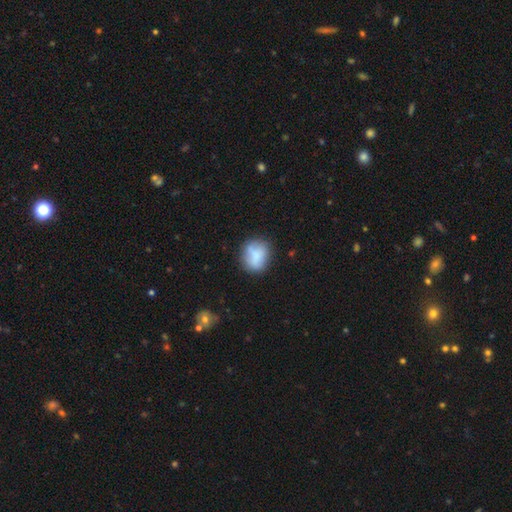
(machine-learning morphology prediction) The model was most divided on "how rounded": round: 65%, in between: 34%, cigar-shaped: 2%. More confident: smooth or featured — smooth (76%); merging — none (64%).